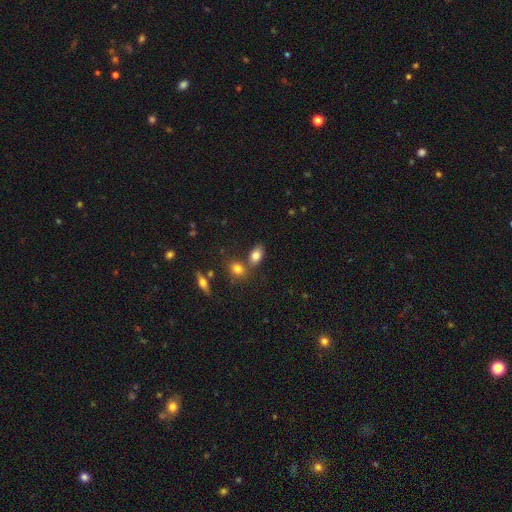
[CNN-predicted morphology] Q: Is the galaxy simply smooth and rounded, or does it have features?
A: smooth — 81%.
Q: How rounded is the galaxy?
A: in between — 86%.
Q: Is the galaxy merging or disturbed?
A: none — 61%.